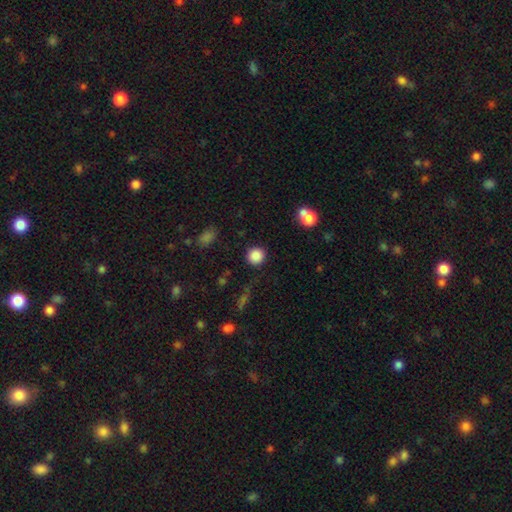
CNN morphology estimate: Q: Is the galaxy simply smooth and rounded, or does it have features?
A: smooth — 86%.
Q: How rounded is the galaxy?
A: round — 91%.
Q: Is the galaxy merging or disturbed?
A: none — 88%.